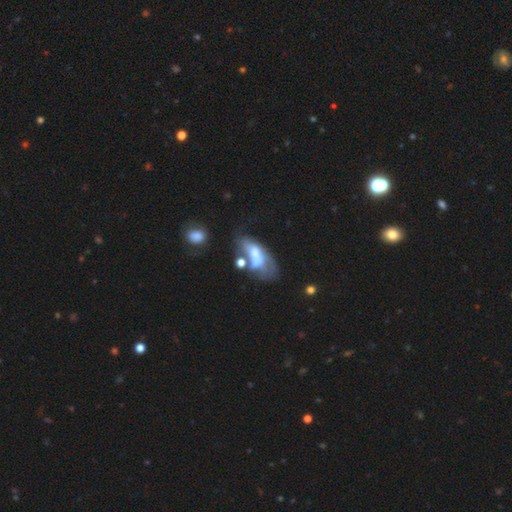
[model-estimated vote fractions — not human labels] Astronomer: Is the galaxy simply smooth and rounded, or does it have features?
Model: featured or disk — 47% (runner-up: smooth, 43%).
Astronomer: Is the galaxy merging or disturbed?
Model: merger — 33% (runner-up: major disturbance, 32%).